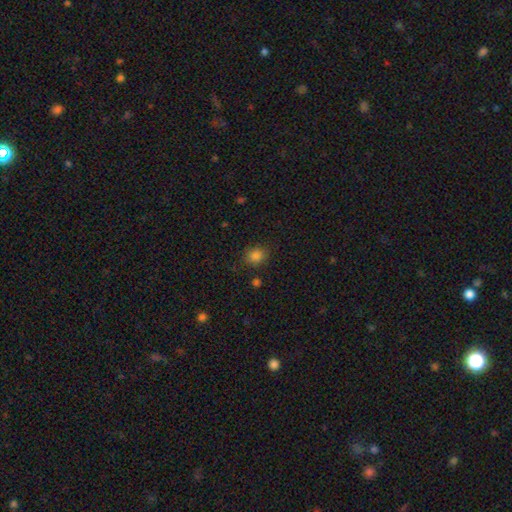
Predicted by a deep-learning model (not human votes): This appears to be a smooth galaxy with no disk features (84%) that is round (70%). Merging: none (83%).